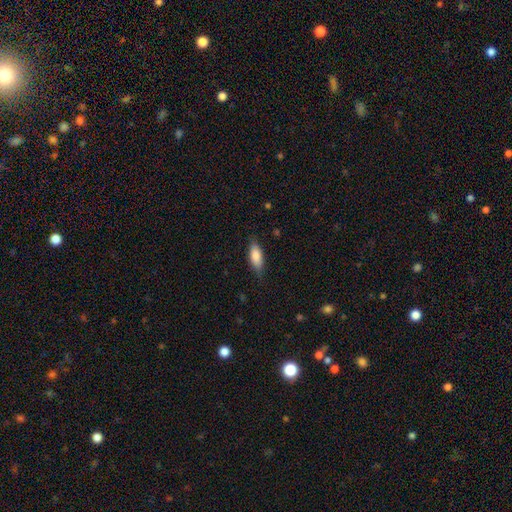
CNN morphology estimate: This is clearly a smooth galaxy (81%). How rounded: likely in between (76%). Merging: likely none (77%).